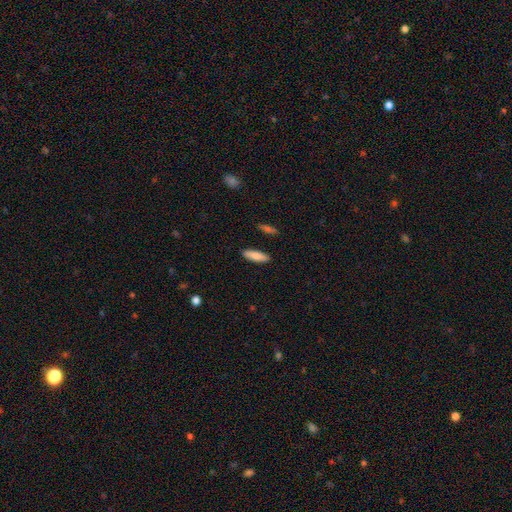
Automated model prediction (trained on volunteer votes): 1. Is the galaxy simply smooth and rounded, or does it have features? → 85% smooth, 9% featured or disk, 6% star or artifact.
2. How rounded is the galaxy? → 54% cigar-shaped, 45% in between, 2% round.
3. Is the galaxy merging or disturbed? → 88% none, 8% minor disturbance, 2% major disturbance, 2% merger.